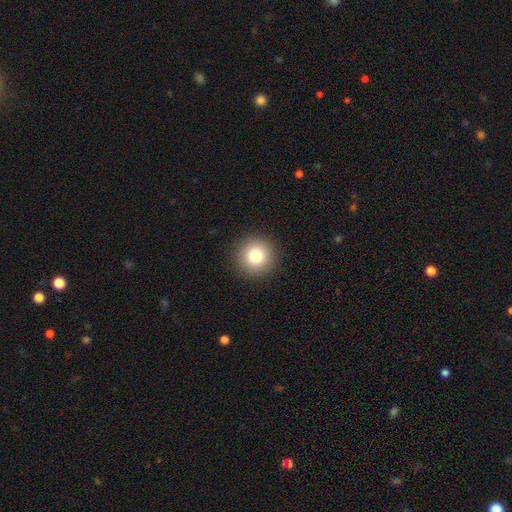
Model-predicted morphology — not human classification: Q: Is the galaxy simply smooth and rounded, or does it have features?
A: smooth — 81%.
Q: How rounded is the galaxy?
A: round — 95%.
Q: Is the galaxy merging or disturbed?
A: none — 92%.